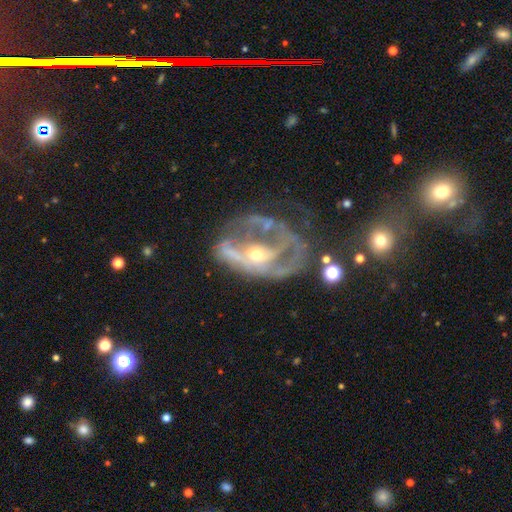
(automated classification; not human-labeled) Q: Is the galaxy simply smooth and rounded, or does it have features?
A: featured or disk — 80%.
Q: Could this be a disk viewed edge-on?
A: no — 96%.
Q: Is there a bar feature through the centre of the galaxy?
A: no — 58%.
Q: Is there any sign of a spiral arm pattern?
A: yes — 57%.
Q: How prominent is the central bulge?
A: small — 52%.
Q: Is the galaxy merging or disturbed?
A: major disturbance — 45%.